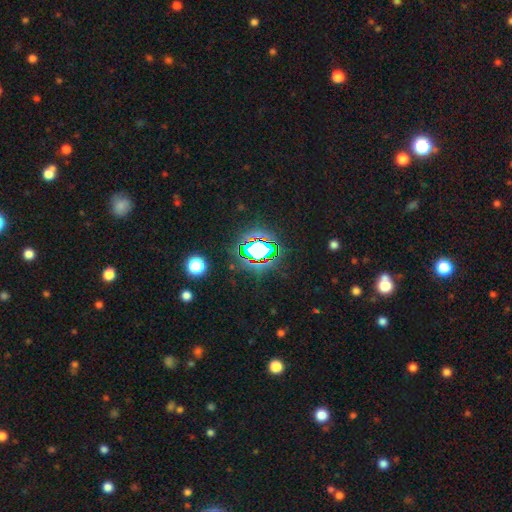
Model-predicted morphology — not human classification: Smooth or featured: star or artifact — 76% (smooth — 15%)